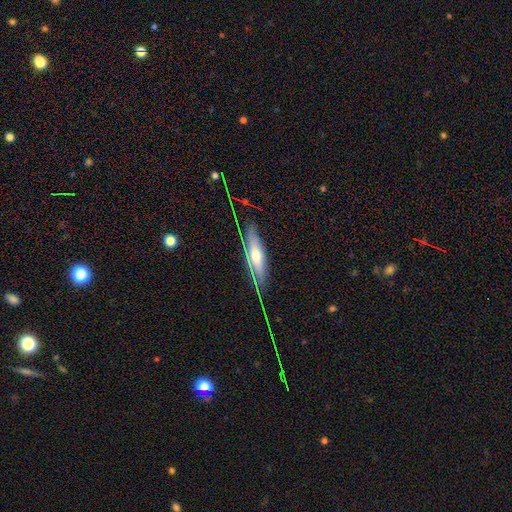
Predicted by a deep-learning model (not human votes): A featured or disk galaxy (50%) viewed edge-on (54%). Merging: none (70%).